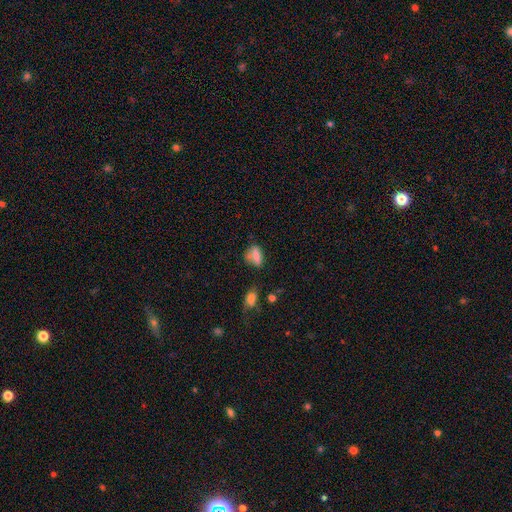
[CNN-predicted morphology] Smooth or featured?
  - smooth: 74% *
  - featured or disk: 14%
  - star or artifact: 12%
How rounded?
  - in between: 68% *
  - cigar-shaped: 18%
  - round: 14%
Merging?
  - none: 51% *
  - minor disturbance: 26%
  - major disturbance: 12%
  - merger: 10%